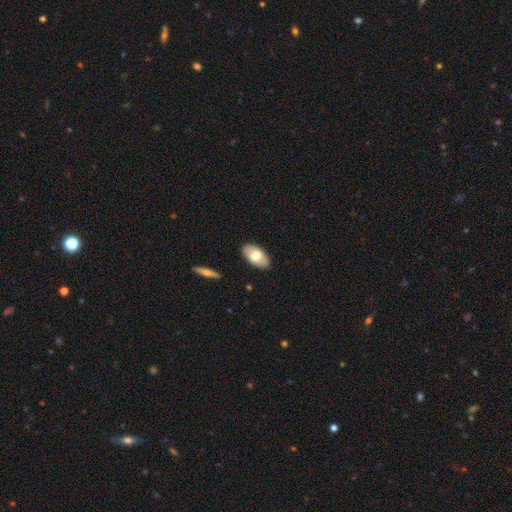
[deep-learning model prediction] smooth-or-featured: smooth: 71% | featured or disk: 23% | star or artifact: 6%
  how-rounded: in between: 95% | round: 3% | cigar-shaped: 2%
  merging: none: 88% | minor disturbance: 9% | major disturbance: 2% | merger: 1%